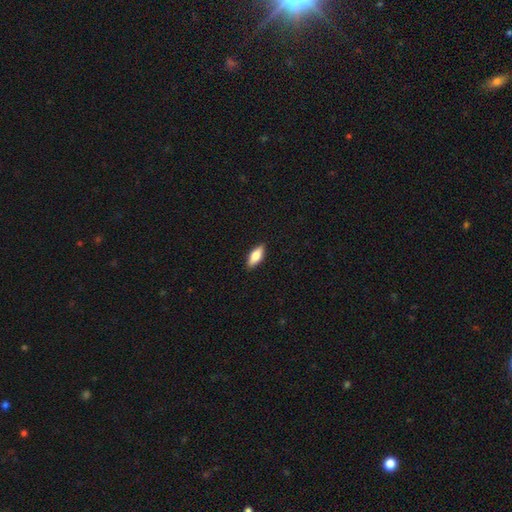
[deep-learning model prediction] The model was most divided on "how rounded": in between: 74%, cigar-shaped: 24%, round: 3%. More confident: merging — none (90%); smooth or featured — smooth (72%).